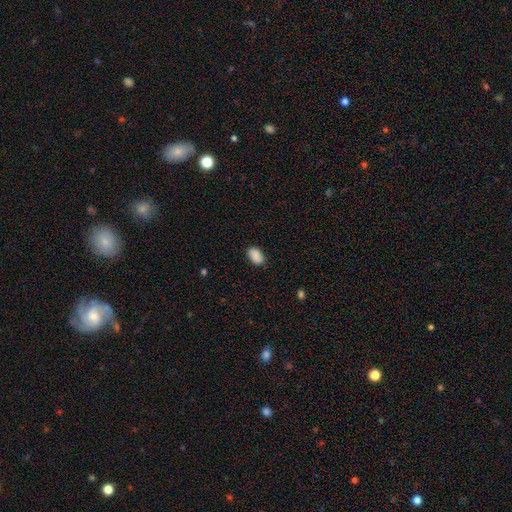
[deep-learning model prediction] Smooth or featured: smooth — 88% (star or artifact — 8%)
How rounded: in between — 89% (round — 10%)
Merging: none — 83% (minor disturbance — 13%)